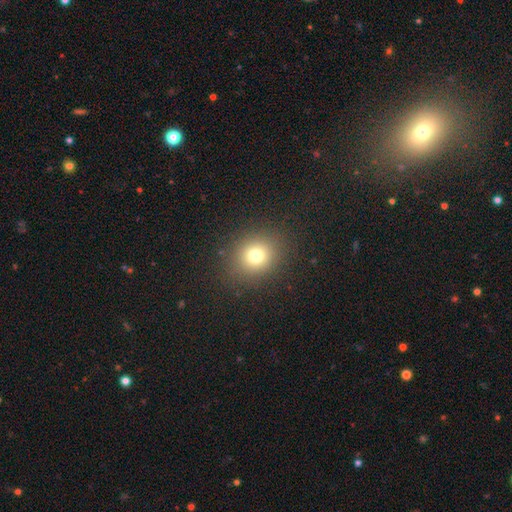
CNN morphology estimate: A smooth galaxy with no disk features (74%) that is round (73%).

Vote fractions:
- Smooth or featured? smooth: 74% / star or artifact: 17% / featured or disk: 9%
- How rounded? round: 73% / in between: 26% / cigar-shaped: 1%
- Merging? none: 87% / minor disturbance: 8% / major disturbance: 4% / merger: 1%